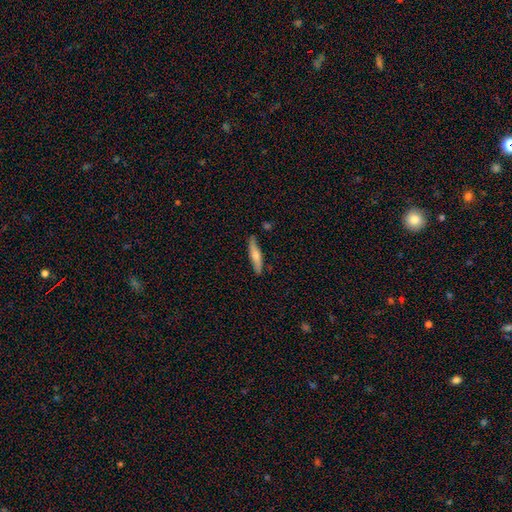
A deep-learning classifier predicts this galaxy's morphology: smooth-or-featured: smooth: 61% | featured or disk: 33% | star or artifact: 6%
  how-rounded: cigar-shaped: 84% | in between: 14% | round: 2%
  merging: none: 82% | minor disturbance: 13% | merger: 3% | major disturbance: 2%